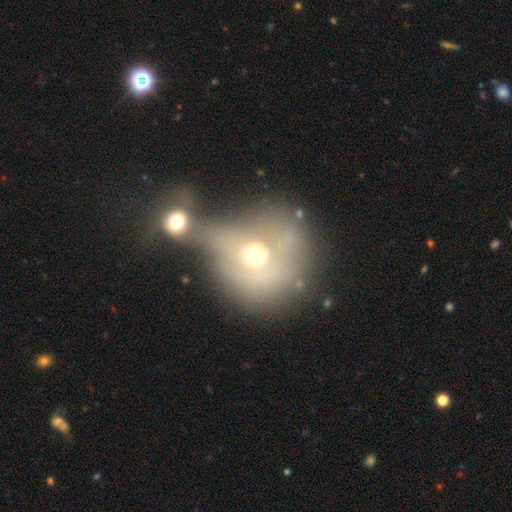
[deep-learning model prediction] Overall: smooth (48%; featured or disk 40%). Merging: merger (67%).